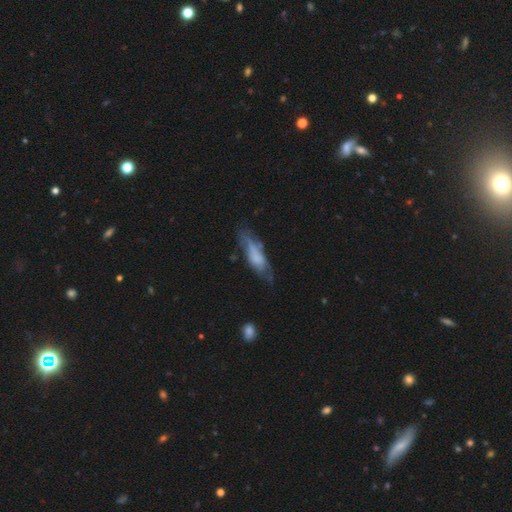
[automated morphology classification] Q: Smooth or featured?
A: smooth (52%); runner-up: featured or disk (41%)
Q: How rounded?
A: cigar-shaped (52%); runner-up: in between (45%)
Q: Merging?
A: none (50%); runner-up: minor disturbance (30%)